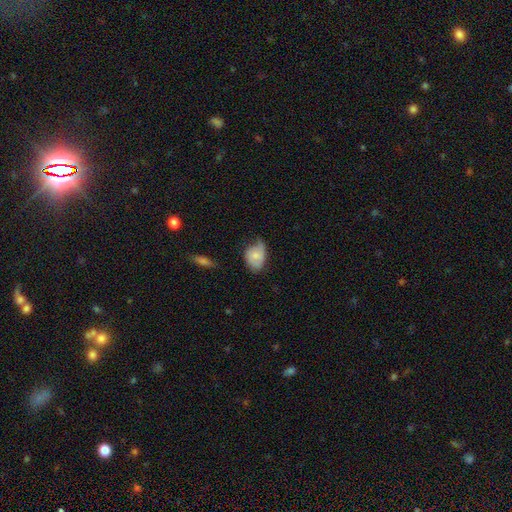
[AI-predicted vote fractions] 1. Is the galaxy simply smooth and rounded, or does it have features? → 66% smooth, 27% featured or disk, 7% star or artifact.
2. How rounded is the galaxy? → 76% in between, 23% round, 1% cigar-shaped.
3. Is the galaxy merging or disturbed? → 43% minor disturbance, 38% none, 16% major disturbance, 2% merger.